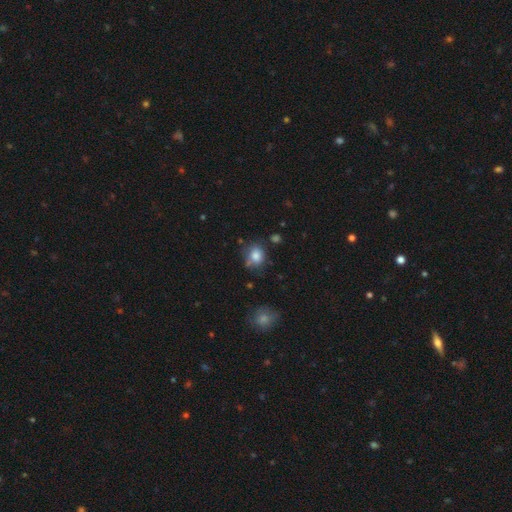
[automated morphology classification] smooth_or_featured: smooth (p=0.81) [alt: star or artifact p=0.10]
how_rounded: round (p=0.59) [alt: in between p=0.40]
merging: none (p=0.62) [alt: minor disturbance p=0.23]